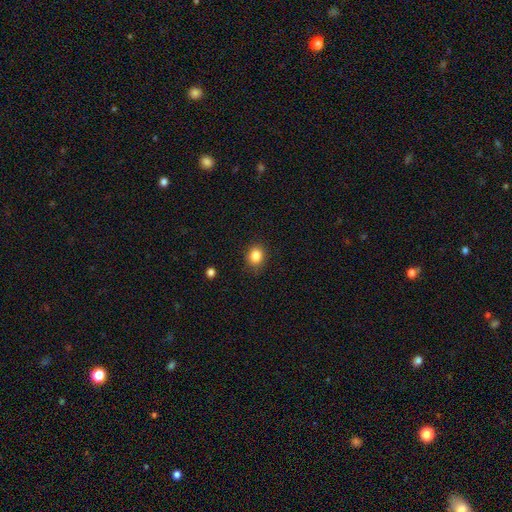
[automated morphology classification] smooth 85%, star or artifact 10%, featured or disk 5%. Down the decision tree: how rounded — round (60%); merging — none (85%).